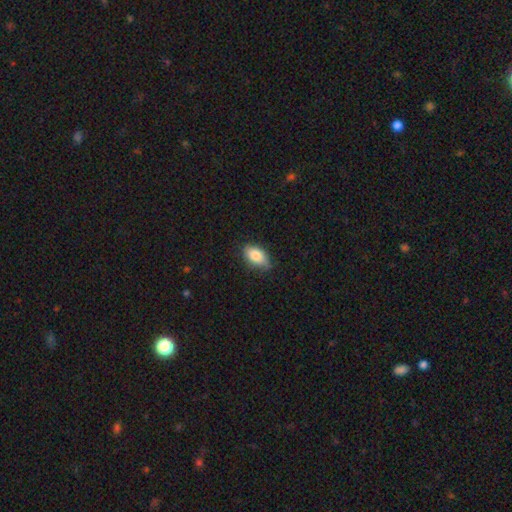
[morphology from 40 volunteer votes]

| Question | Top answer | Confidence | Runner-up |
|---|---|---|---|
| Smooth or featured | smooth | 78% | star or artifact (12%) |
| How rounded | in between | 84% | round (13%) |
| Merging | none | 74% | minor disturbance (20%) |